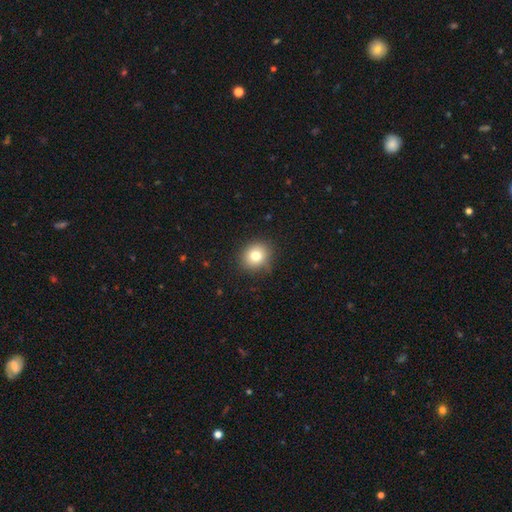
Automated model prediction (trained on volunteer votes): smooth-or-featured: smooth: 77% | star or artifact: 12% | featured or disk: 10%
  how-rounded: round: 82% | in between: 17% | cigar-shaped: 1%
  merging: none: 83% | minor disturbance: 12% | major disturbance: 3% | merger: 1%